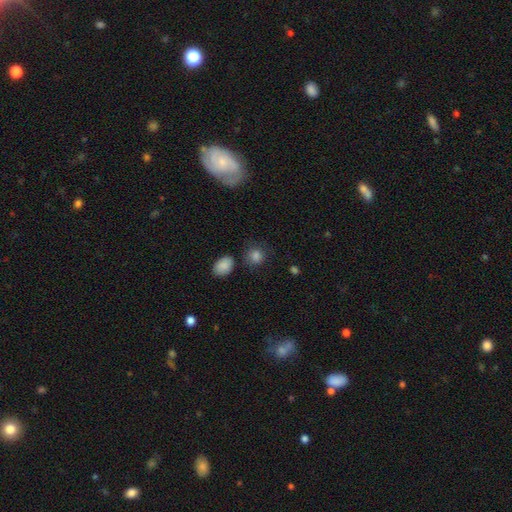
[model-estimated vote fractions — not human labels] Overall: smooth (84%). How rounded: round (76%). Merging: none (74%).